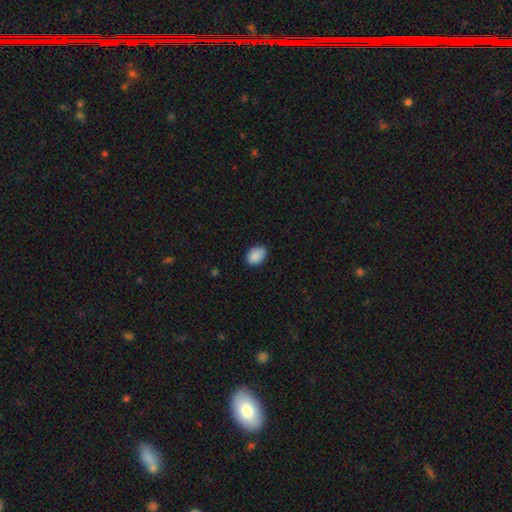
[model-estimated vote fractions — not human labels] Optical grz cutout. It shows a smooth galaxy with no disk features (89%) that is in between round and cigar-shaped (79%). Merging: none (81%).